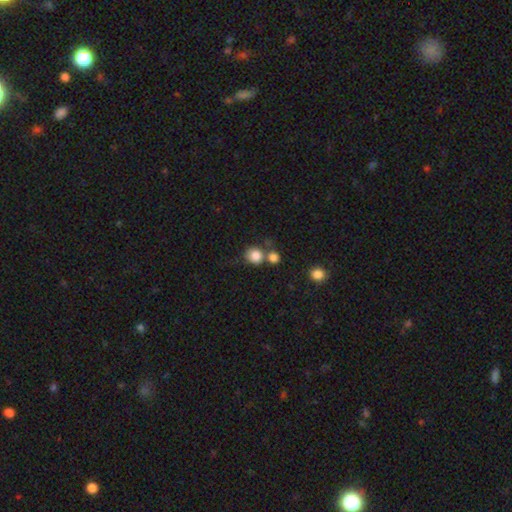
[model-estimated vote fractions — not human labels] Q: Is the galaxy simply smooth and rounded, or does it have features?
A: smooth — 83%.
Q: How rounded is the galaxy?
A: round — 85%.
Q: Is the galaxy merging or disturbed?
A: none — 55%.